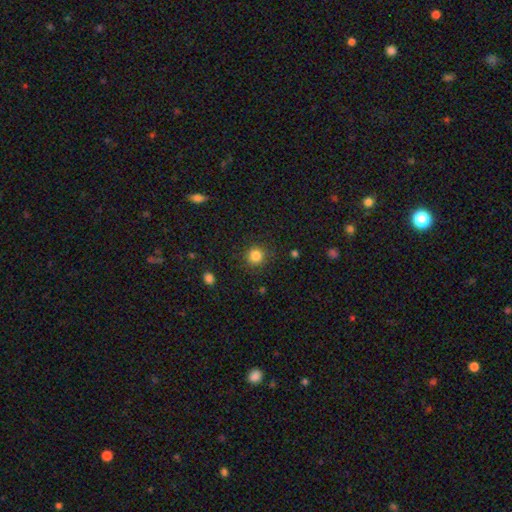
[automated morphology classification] type=smooth (84%); roundness=round (93%); merging=none (88%).